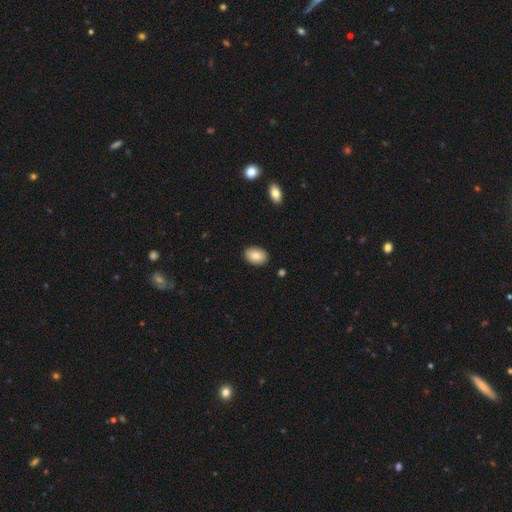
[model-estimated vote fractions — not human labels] The model was most divided on "how rounded": in between: 88%, round: 11%, cigar-shaped: 1%. More confident: merging — none (89%); smooth or featured — smooth (85%).